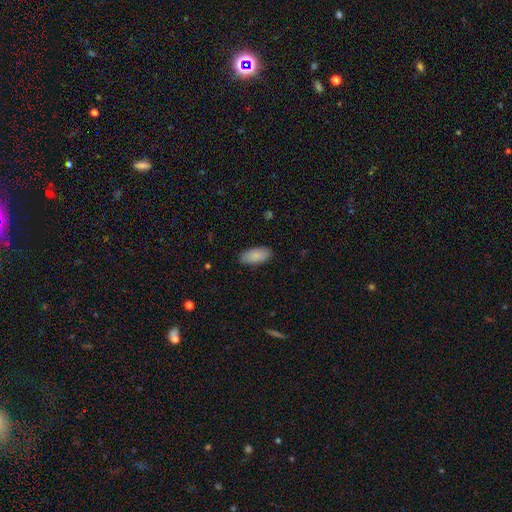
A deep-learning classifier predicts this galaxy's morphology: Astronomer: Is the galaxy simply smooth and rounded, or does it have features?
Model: smooth — 87%.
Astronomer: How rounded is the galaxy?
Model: in between — 91%.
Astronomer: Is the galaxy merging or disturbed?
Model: none — 87%.